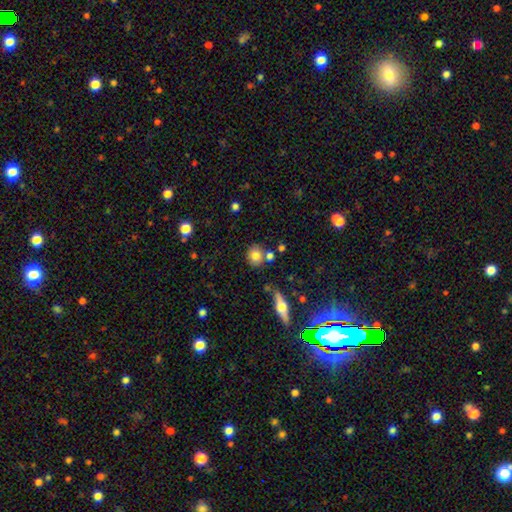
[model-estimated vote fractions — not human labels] This is likely a smooth galaxy (79%). How rounded: likely round (78%). Merging: likely none (72%).